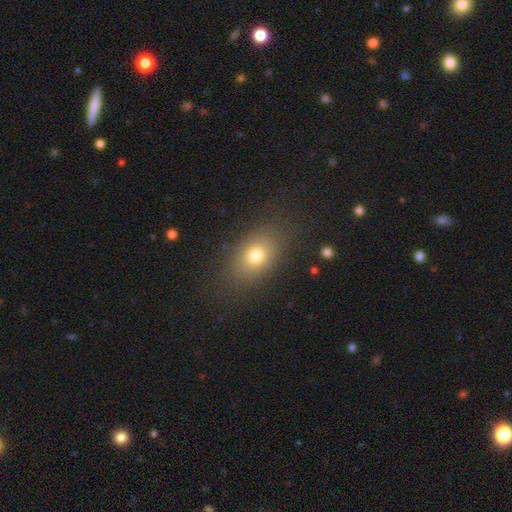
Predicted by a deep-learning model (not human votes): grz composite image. It shows a smooth galaxy with no disk features (74%) that is in between round and cigar-shaped (75%). Merging: none (82%).